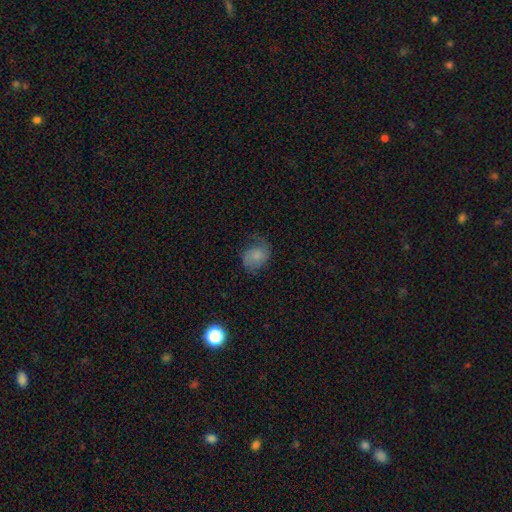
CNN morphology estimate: This appears to be a smooth galaxy with no disk features (56%) that is in between round and cigar-shaped (53%). Merging: none (56%).